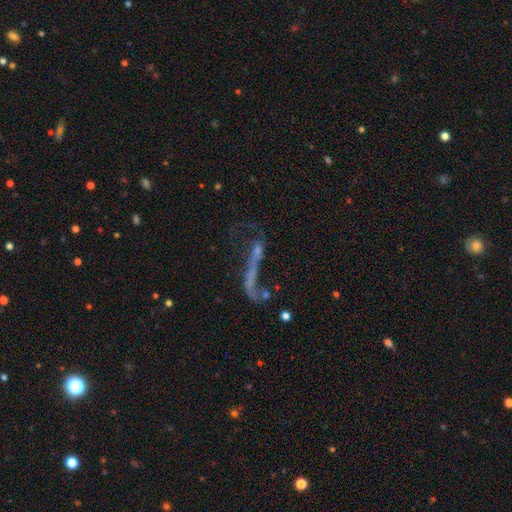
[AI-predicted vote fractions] Morphology: type=featured or disk (55%); edge-on=no (77%); merging=major disturbance (40%).